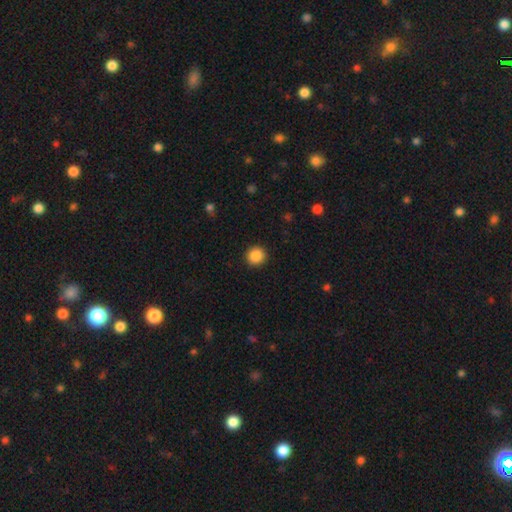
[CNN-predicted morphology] Q: Smooth or featured?
A: smooth (88%); runner-up: star or artifact (9%)
Q: How rounded?
A: round (93%); runner-up: in between (6%)
Q: Merging?
A: none (92%); runner-up: minor disturbance (5%)